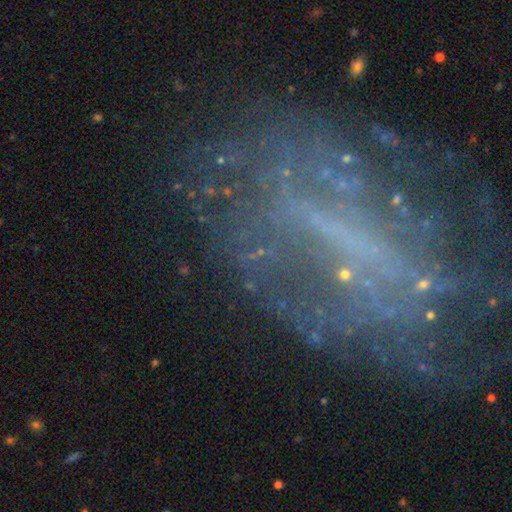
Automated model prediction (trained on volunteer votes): Overall: featured or disk (46%; star or artifact 38%). Merging: none (63%).